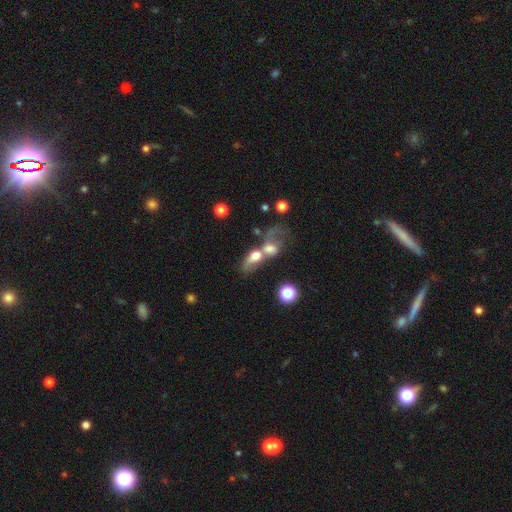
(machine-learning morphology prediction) A smooth galaxy with no disk features (56%) that is in between round and cigar-shaped (66%).

Vote fractions:
- Smooth or featured? smooth: 56% / featured or disk: 33% / star or artifact: 11%
- How rounded? in between: 66% / round: 26% / cigar-shaped: 8%
- Merging? merger: 74% / major disturbance: 13% / none: 8% / minor disturbance: 5%